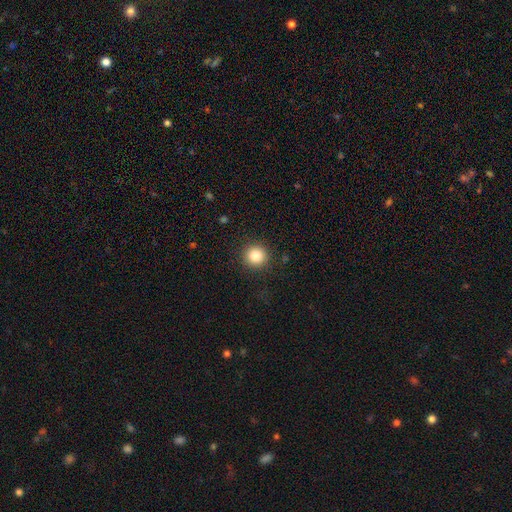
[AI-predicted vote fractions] Overall: smooth (84%). How rounded: round (94%). Merging: none (90%).